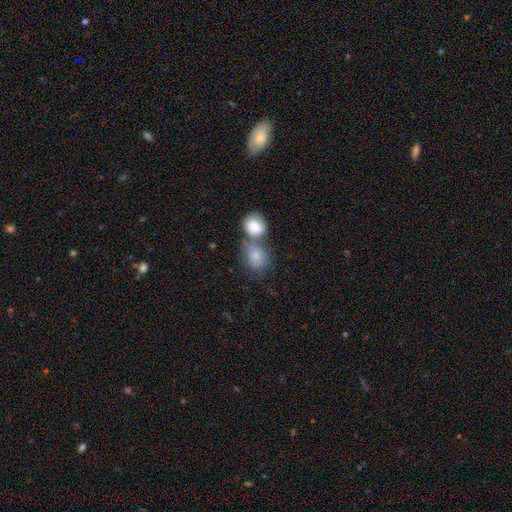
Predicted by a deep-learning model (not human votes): Smooth or featured? smooth (77%)
How rounded? round (50%)
Merging? merger (57%)